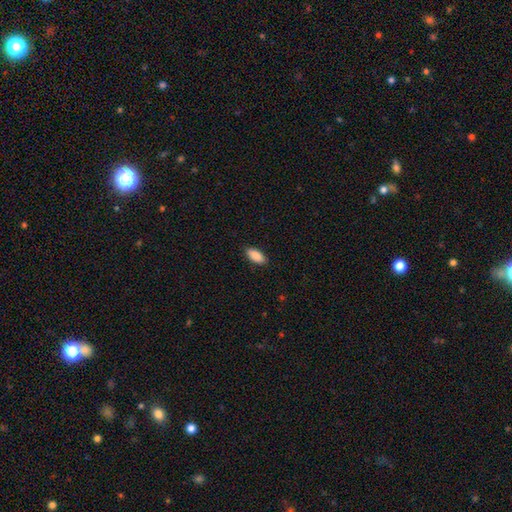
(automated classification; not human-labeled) This appears to be a smooth galaxy with no disk features (90%) that is in between round and cigar-shaped (89%). Merging: none (89%).